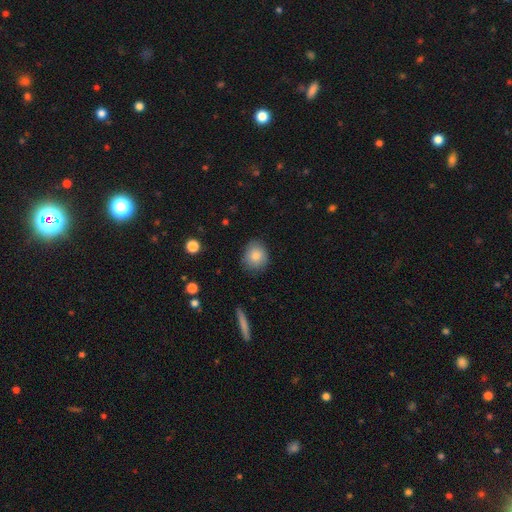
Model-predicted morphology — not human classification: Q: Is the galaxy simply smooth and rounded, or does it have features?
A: smooth — 84%.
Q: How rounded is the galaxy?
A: round — 72%.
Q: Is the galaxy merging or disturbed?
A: none — 79%.